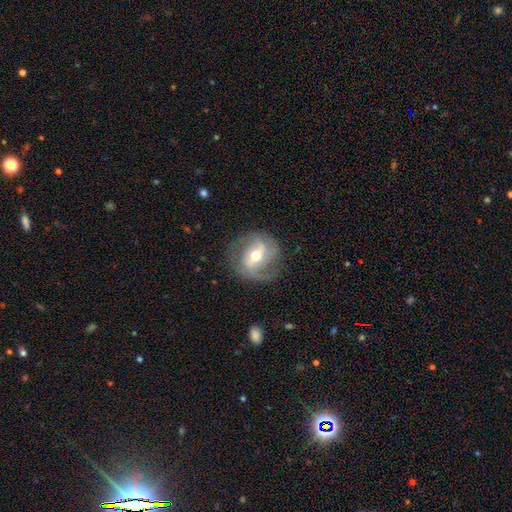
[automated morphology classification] type=featured or disk (74%); edge-on=no (96%); bar=weak (42%); spiral arms=yes (87%); winding=medium (44%); arm count=2 (74%); bulge=moderate (70%); merging=none (73%).